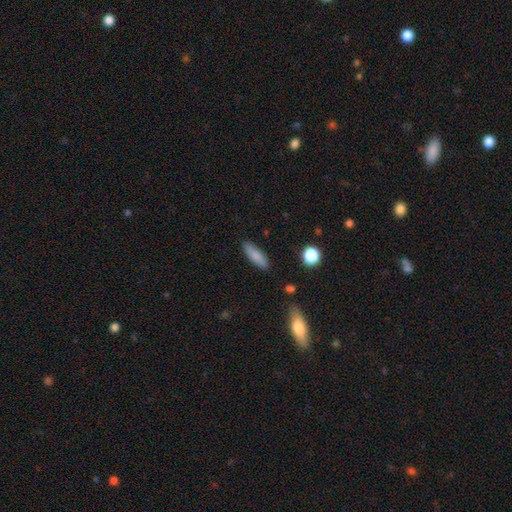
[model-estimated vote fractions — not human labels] The model was most divided on "how rounded": cigar-shaped: 50%, in between: 48%, round: 2%. More confident: merging — none (88%); smooth or featured — smooth (84%).